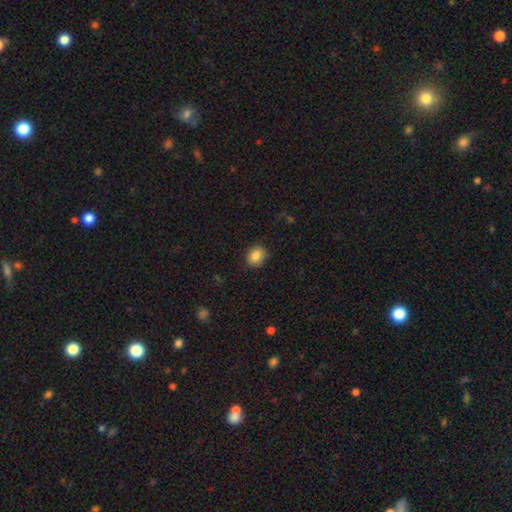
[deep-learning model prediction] Smooth or featured?
  - smooth: 85% *
  - star or artifact: 9%
  - featured or disk: 6%
How rounded?
  - round: 58% *
  - in between: 41%
  - cigar-shaped: 1%
Merging?
  - none: 83% *
  - minor disturbance: 13%
  - major disturbance: 3%
  - merger: 1%